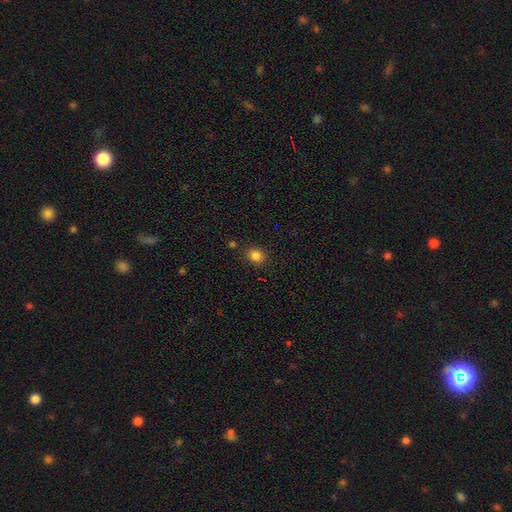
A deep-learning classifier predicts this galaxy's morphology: Smooth or featured? Predicted: smooth (p=0.83). How rounded? Predicted: round (p=0.74). Merging? Predicted: none (p=0.84).